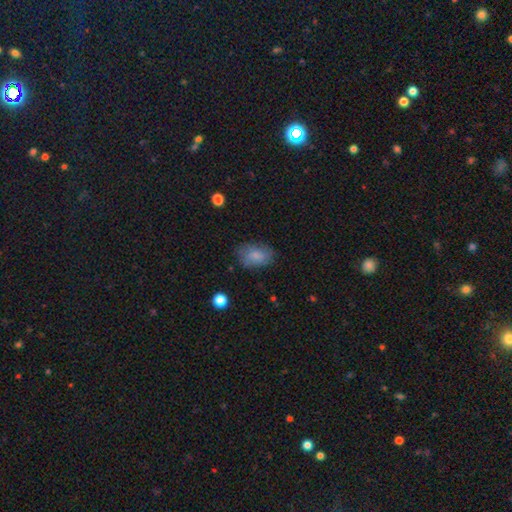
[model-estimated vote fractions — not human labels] smooth_or_featured: smooth (p=0.81) [alt: featured or disk p=0.11]
how_rounded: in between (p=0.87) [alt: round p=0.11]
merging: none (p=0.74) [alt: minor disturbance p=0.19]